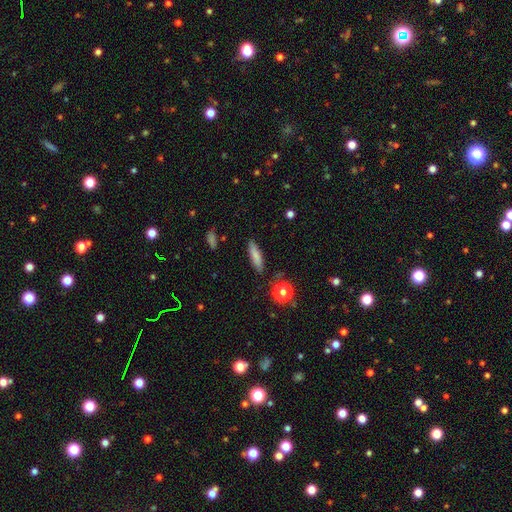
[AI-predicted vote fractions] Smooth or featured: smooth — 81% (featured or disk — 11%)
How rounded: cigar-shaped — 70% (in between — 27%)
Merging: none — 84% (minor disturbance — 11%)